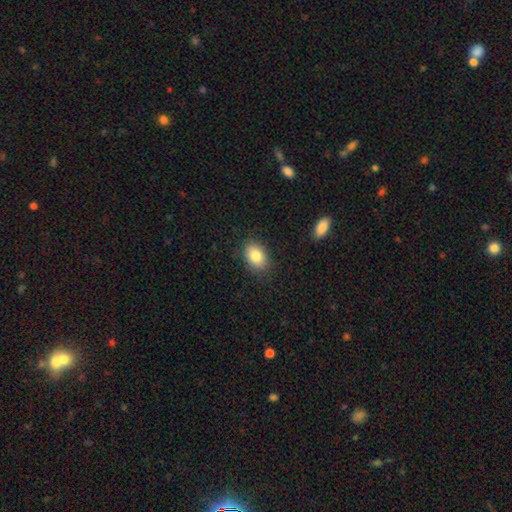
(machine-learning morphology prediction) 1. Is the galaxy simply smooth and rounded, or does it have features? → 84% smooth, 8% star or artifact, 8% featured or disk.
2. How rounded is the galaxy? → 79% in between, 20% round, 1% cigar-shaped.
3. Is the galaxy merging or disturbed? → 85% none, 11% minor disturbance, 3% major disturbance, 1% merger.